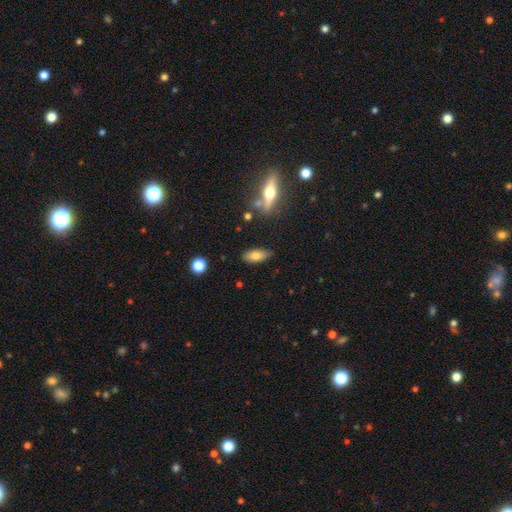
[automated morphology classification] Smooth or featured? smooth (73%)
How rounded? in between (78%)
Merging? none (78%)